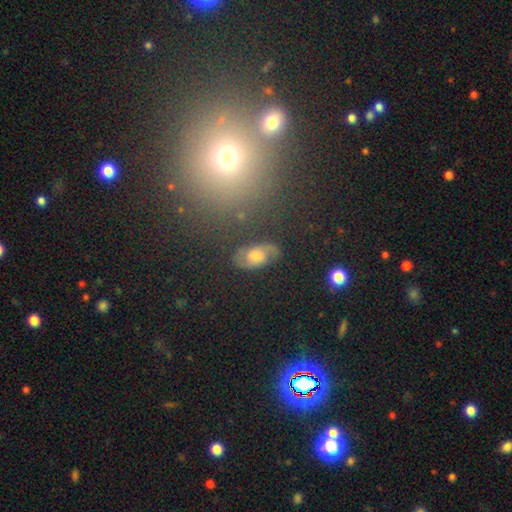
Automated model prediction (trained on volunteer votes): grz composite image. It shows a smooth galaxy with no disk features (43%). Merging: none (78%).